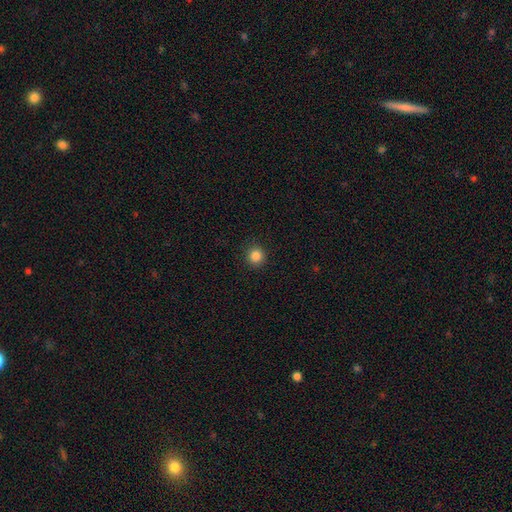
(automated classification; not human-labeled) Smooth or featured? smooth (86%)
How rounded? round (93%)
Merging? none (91%)